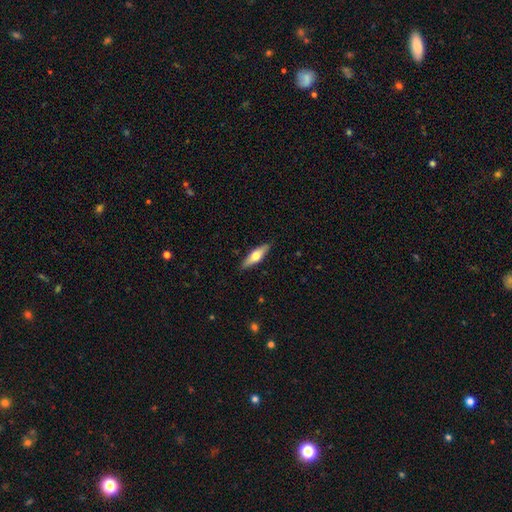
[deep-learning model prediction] Smooth or featured?
  - smooth: 49% *
  - featured or disk: 45%
  - star or artifact: 6%
Merging?
  - none: 88% *
  - minor disturbance: 9%
  - major disturbance: 2%
  - merger: 1%